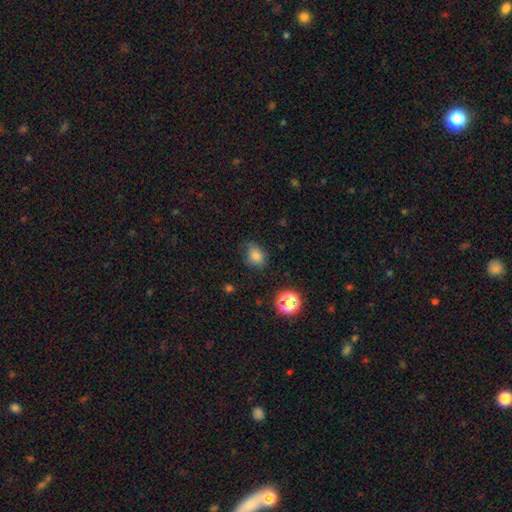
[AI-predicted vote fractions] smooth-or-featured: smooth: 80% | star or artifact: 14% | featured or disk: 6%
  how-rounded: in between: 64% | round: 35% | cigar-shaped: 1%
  merging: none: 65% | minor disturbance: 26% | major disturbance: 7% | merger: 2%